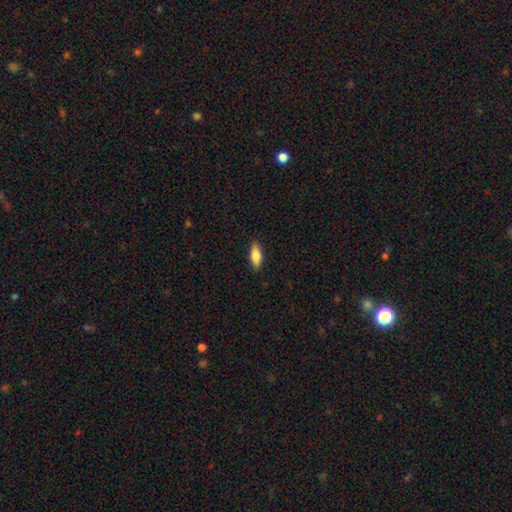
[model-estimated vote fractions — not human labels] Morphology: type=smooth (72%); roundness=in between (71%); merging=none (88%).